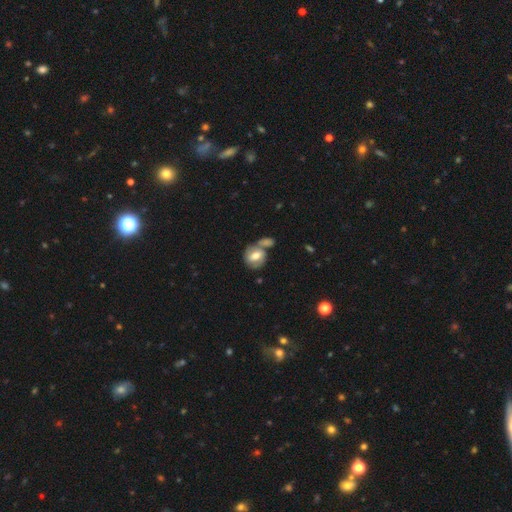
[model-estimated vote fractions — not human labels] smooth-or-featured: featured or disk: 47% | smooth: 45% | star or artifact: 8%
  merging: none: 40% | merger: 38% | minor disturbance: 15% | major disturbance: 7%